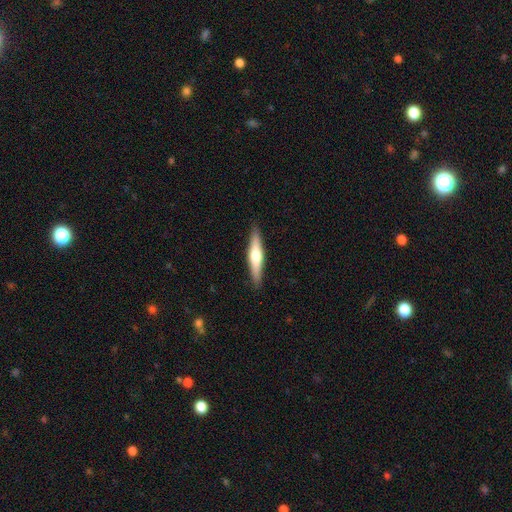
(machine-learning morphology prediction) A featured or disk galaxy (51%) viewed edge-on (95%). Merging: none (90%).